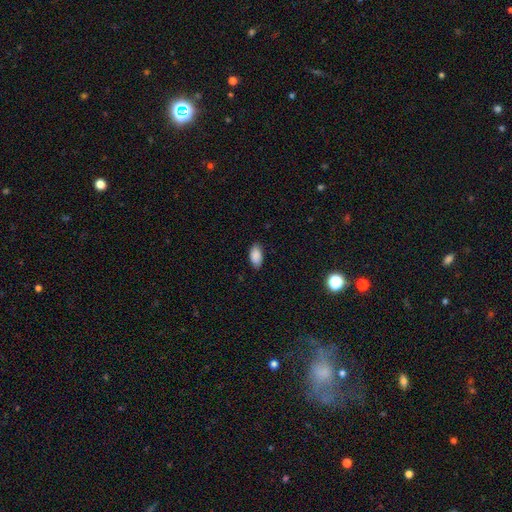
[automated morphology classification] Smooth or featured?
  - smooth: 89% *
  - star or artifact: 7%
  - featured or disk: 4%
How rounded?
  - in between: 94% *
  - round: 3%
  - cigar-shaped: 3%
Merging?
  - none: 85% *
  - minor disturbance: 12%
  - major disturbance: 2%
  - merger: 1%